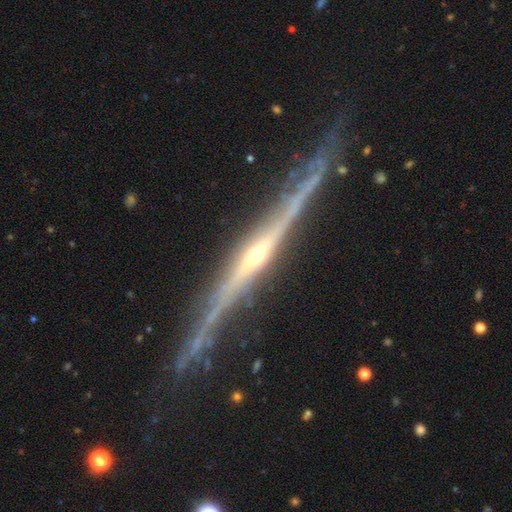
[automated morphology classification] featured or disk 88%, smooth 6%, star or artifact 6%. Down the decision tree: edge-on disk — yes (96%); edge-on bulge — rounded (71%); merging — none (75%).